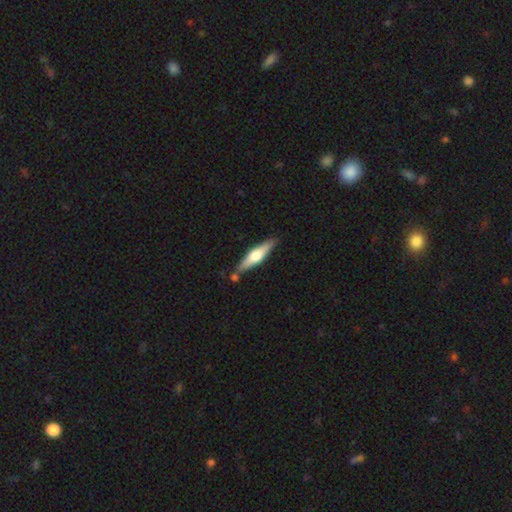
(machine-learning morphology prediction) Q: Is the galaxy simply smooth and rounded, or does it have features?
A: featured or disk — 55%.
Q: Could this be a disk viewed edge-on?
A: yes — 95%.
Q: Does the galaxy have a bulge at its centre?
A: rounded — 88%.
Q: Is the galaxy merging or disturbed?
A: none — 80%.